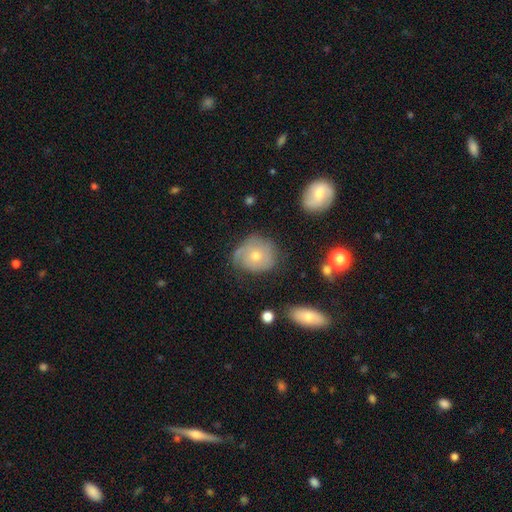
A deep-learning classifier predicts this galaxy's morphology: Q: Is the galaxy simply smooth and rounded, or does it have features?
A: featured or disk — 50%.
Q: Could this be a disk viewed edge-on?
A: no — 95%.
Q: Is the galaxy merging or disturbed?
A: none — 60%.